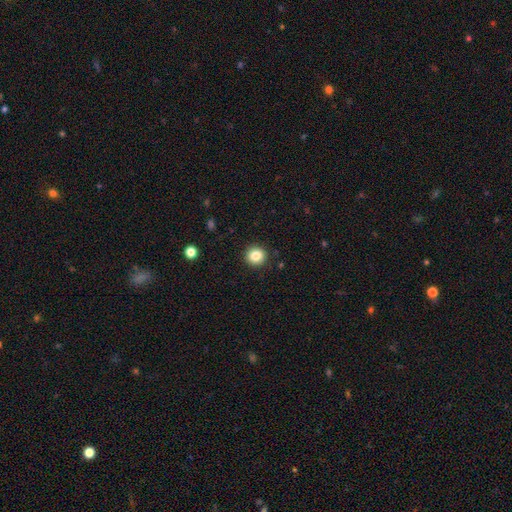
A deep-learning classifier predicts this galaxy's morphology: type=smooth (85%); roundness=round (91%); merging=none (92%).